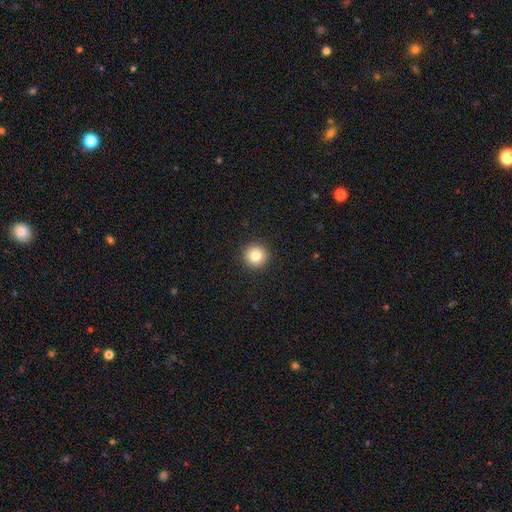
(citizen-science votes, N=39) Smooth or featured? 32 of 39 (82%) said smooth. How rounded? 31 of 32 (97%) said round. Merging? 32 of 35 (91%) said none.